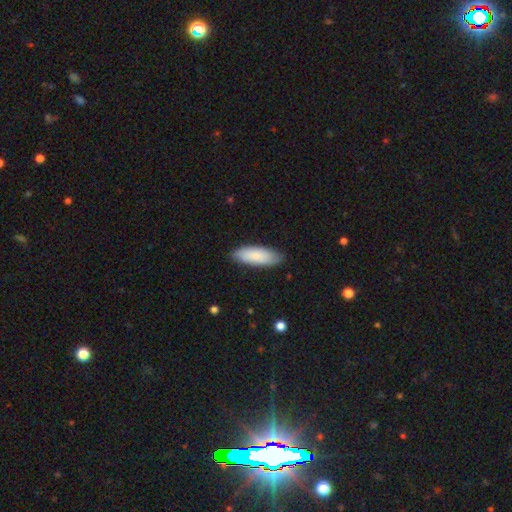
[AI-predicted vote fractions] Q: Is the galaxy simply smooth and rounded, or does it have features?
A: smooth — 82%.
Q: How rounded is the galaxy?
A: in between — 65%.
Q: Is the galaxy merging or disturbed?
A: none — 85%.